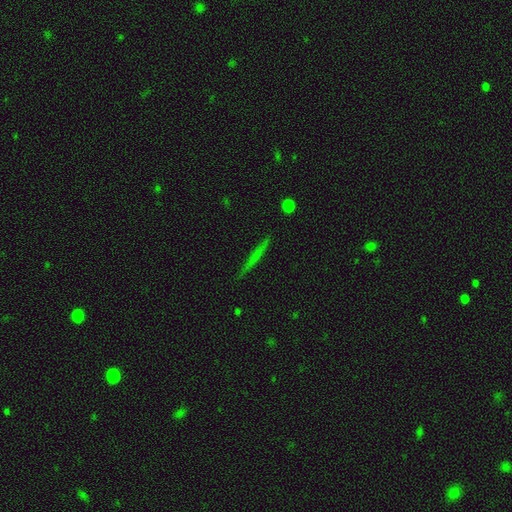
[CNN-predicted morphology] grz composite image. It shows a smooth galaxy with no disk features (48%). Merging: none (88%).